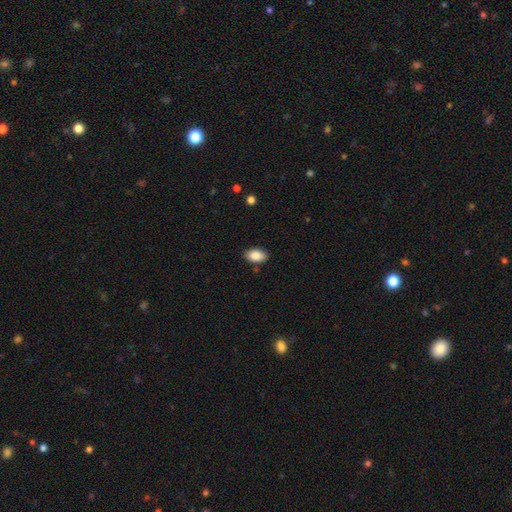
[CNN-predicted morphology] smooth-or-featured: smooth: 88% | star or artifact: 7% | featured or disk: 5%
  how-rounded: in between: 93% | round: 6% | cigar-shaped: 2%
  merging: none: 87% | minor disturbance: 9% | major disturbance: 2% | merger: 1%